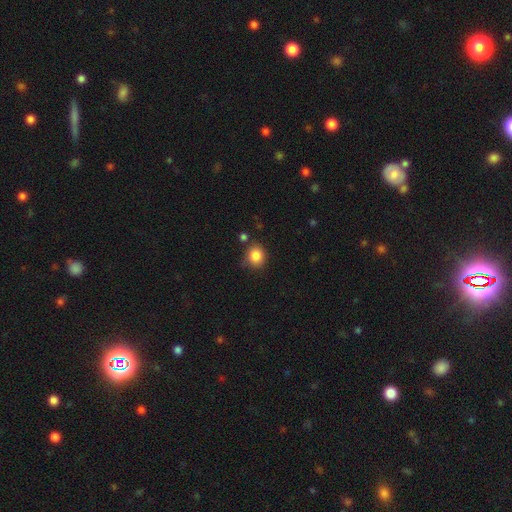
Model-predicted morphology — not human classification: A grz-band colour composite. It shows a smooth galaxy with no disk features (85%) that is round (79%). Merging: none (76%).